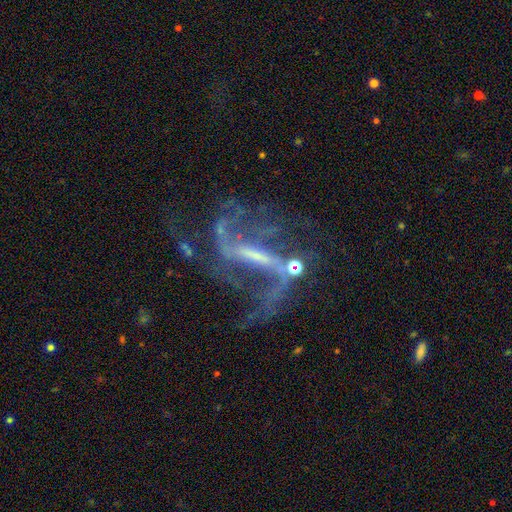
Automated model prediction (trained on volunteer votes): featured or disk 83%, star or artifact 11%, smooth 6%. Down the decision tree: edge-on disk — no (89%); bar — strong (59%); spiral arms — yes (85%); spiral arm count — 2 (60%); spiral winding — loose (59%); bulge size — small (43%); merging — none (40%).